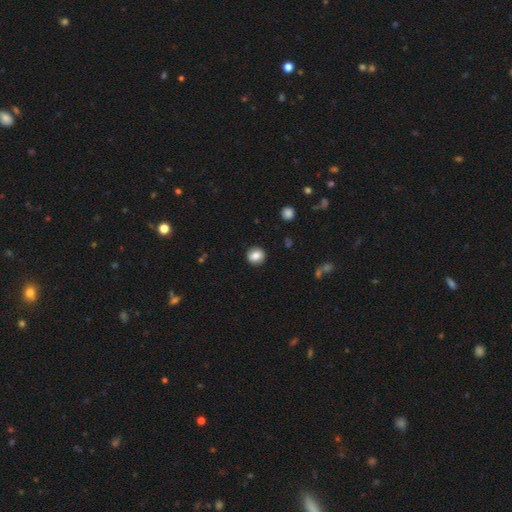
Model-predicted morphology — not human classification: Smooth or featured?
  - smooth: 82% *
  - star or artifact: 9%
  - featured or disk: 9%
How rounded?
  - round: 86% *
  - in between: 13%
  - cigar-shaped: 1%
Merging?
  - none: 90% *
  - minor disturbance: 7%
  - major disturbance: 2%
  - merger: 1%